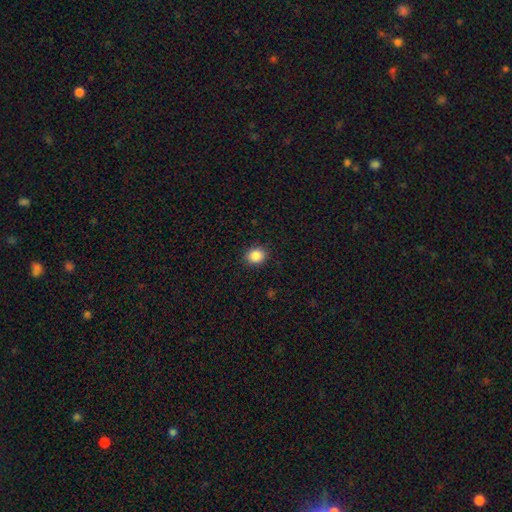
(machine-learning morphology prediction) Overall: smooth (87%). How rounded: round (71%). Merging: none (90%).